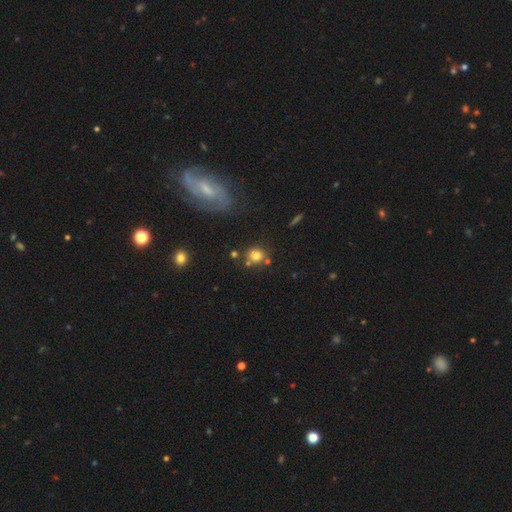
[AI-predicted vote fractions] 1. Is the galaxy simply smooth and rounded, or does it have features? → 74% smooth, 15% star or artifact, 11% featured or disk.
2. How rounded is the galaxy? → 77% round, 22% in between, 1% cigar-shaped.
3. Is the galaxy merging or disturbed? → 66% none, 16% merger, 13% minor disturbance, 5% major disturbance.